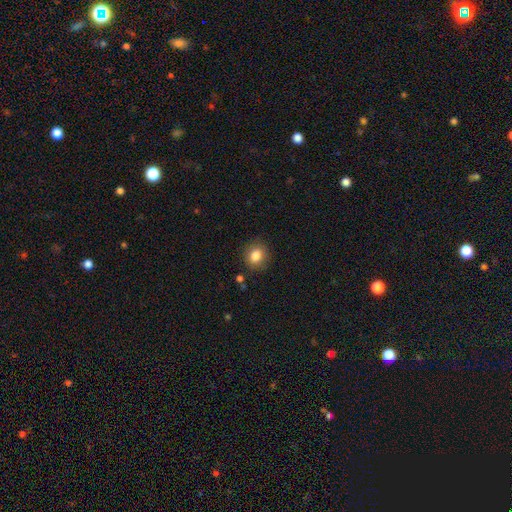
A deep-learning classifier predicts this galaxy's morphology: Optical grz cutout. It shows a smooth galaxy with no disk features (84%) that is round (67%). Merging: none (86%).